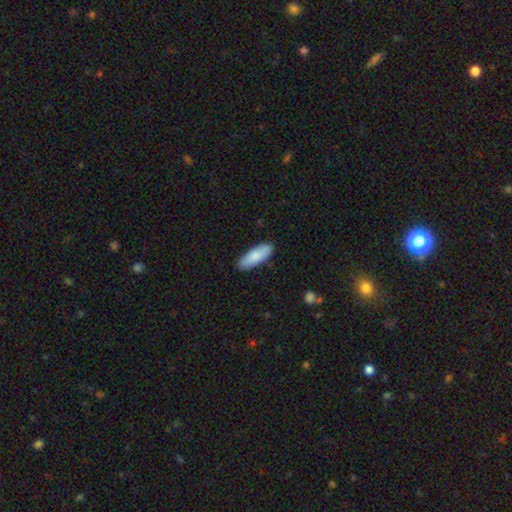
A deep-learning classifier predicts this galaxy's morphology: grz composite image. It shows a smooth galaxy with no disk features (84%) that is in between round and cigar-shaped (64%). Merging: none (87%).